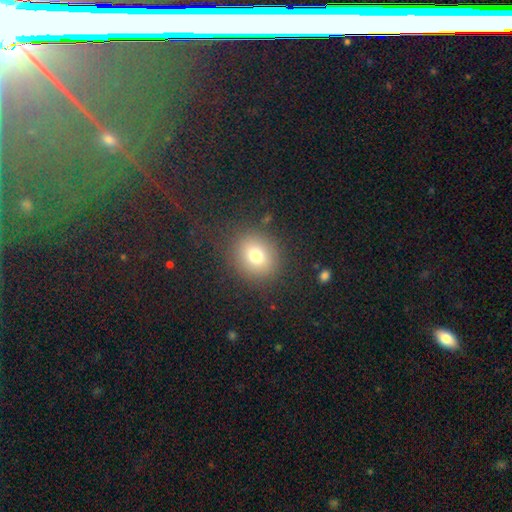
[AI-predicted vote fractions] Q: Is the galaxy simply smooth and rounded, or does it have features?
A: smooth — 75%.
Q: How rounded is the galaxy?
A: round — 75%.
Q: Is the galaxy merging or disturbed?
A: none — 83%.